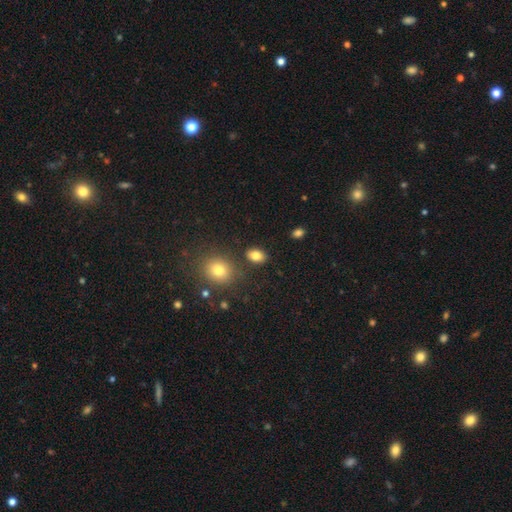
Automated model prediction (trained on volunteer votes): A smooth galaxy with no disk features (83%) that is in between round and cigar-shaped (80%). Merging: none (82%).